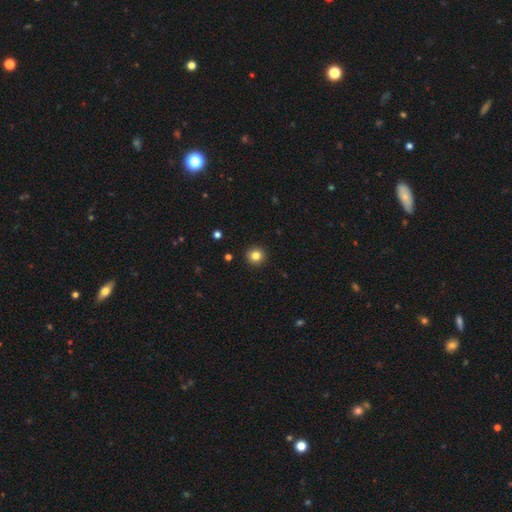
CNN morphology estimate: type=smooth (83%); roundness=round (94%); merging=none (93%).